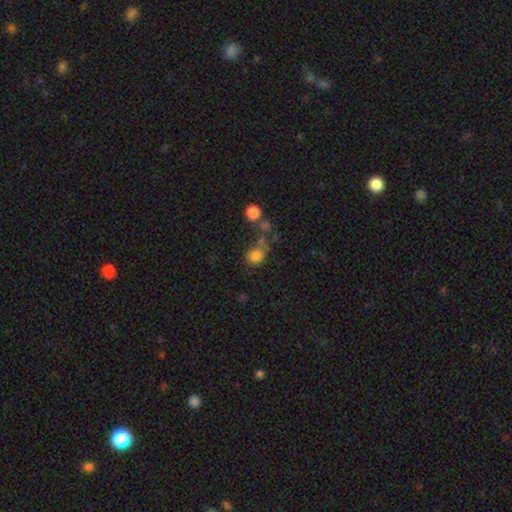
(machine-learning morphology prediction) smooth 78%, star or artifact 13%, featured or disk 9%. Down the decision tree: how rounded — round (62%); merging — none (46%).